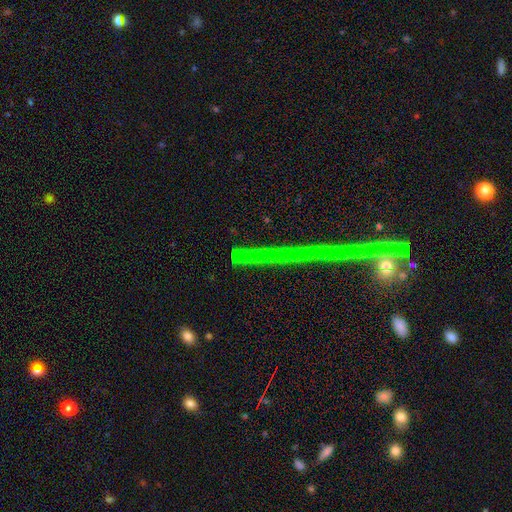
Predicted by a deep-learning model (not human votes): A star or artifact, not a galaxy (70%).

Vote fractions:
- Smooth or featured? star or artifact: 70% / featured or disk: 18% / smooth: 12%